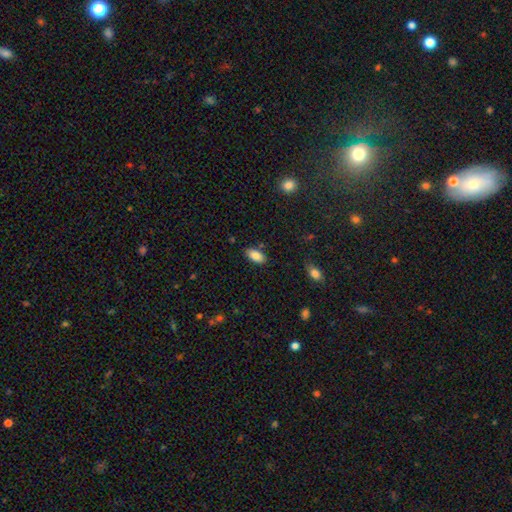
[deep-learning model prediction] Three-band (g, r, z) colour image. It shows a smooth galaxy with no disk features (86%) that is in between round and cigar-shaped (92%). Merging: none (83%).